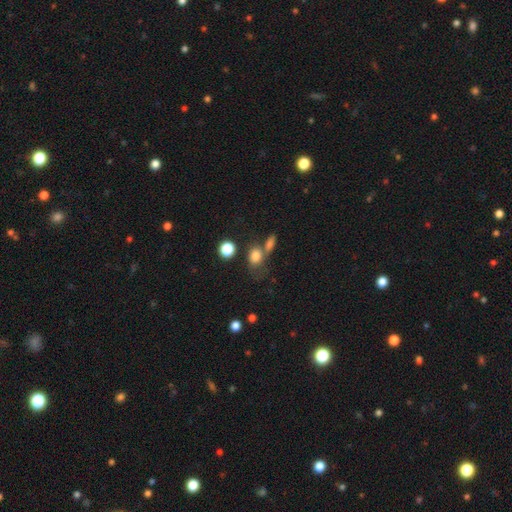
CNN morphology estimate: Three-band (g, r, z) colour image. It shows a smooth galaxy with no disk features (80%) that is in between round and cigar-shaped (56%). Merging: none (42%).